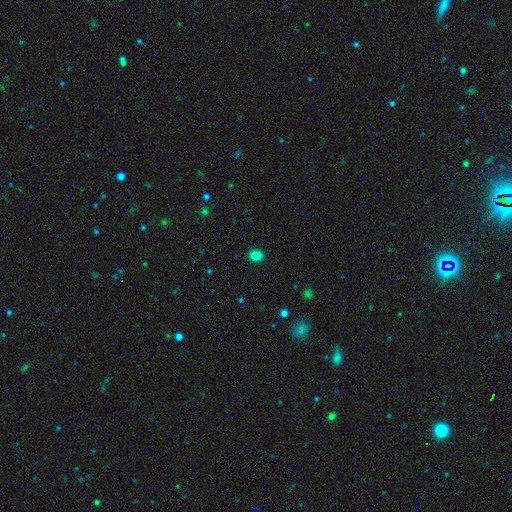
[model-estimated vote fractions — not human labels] Q: Smooth or featured?
A: smooth (82%); runner-up: star or artifact (13%)
Q: How rounded?
A: round (67%); runner-up: in between (32%)
Q: Merging?
A: none (90%); runner-up: minor disturbance (7%)